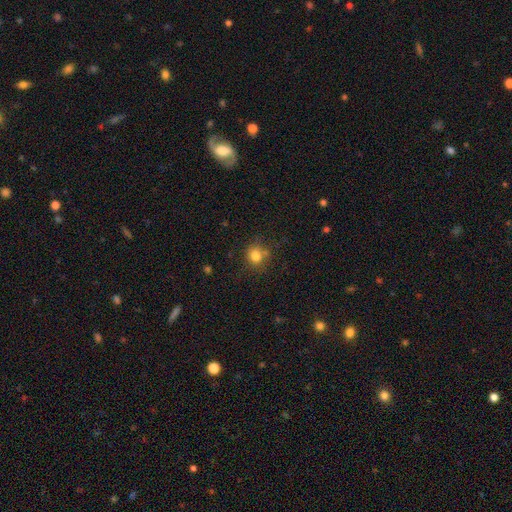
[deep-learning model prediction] The model was most divided on "merging": none: 71%, minor disturbance: 15%, merger: 10%, major disturbance: 5%. More confident: smooth or featured — smooth (81%); how rounded — round (80%).